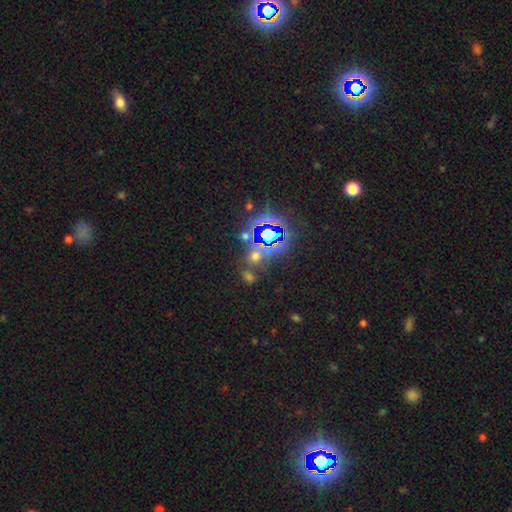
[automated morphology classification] A star or artifact, not a galaxy (59%).